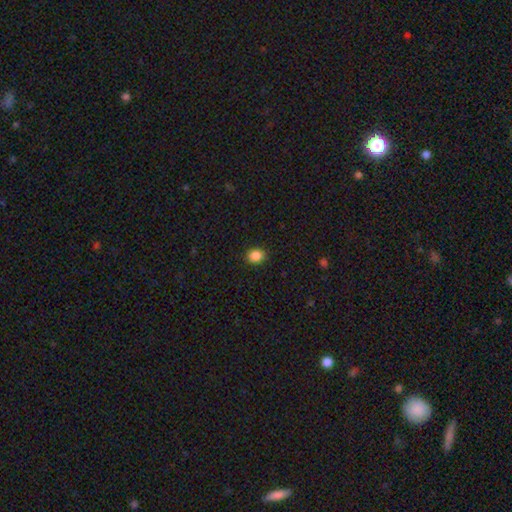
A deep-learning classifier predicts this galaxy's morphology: type=smooth (87%); roundness=round (56%); merging=none (91%).